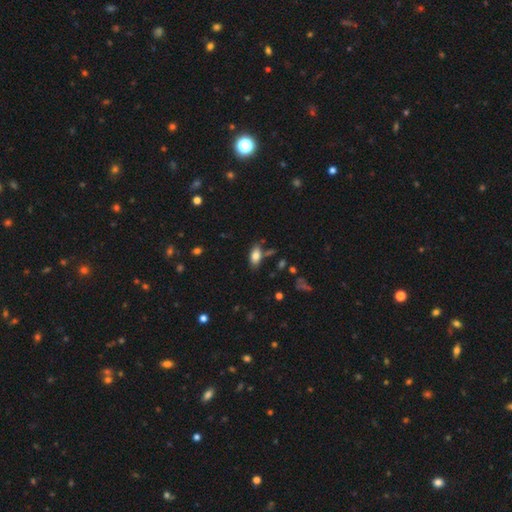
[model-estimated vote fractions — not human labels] A smooth galaxy with no disk features (81%) that is in between round and cigar-shaped (90%).

Vote fractions:
- Smooth or featured? smooth: 81% / featured or disk: 11% / star or artifact: 8%
- How rounded? in between: 90% / cigar-shaped: 7% / round: 3%
- Merging? none: 73% / minor disturbance: 15% / merger: 7% / major disturbance: 4%